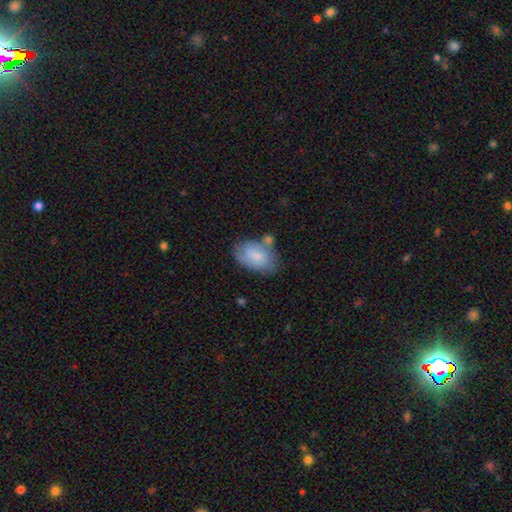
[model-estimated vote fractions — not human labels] Overall: smooth (73%). How rounded: in between (89%). Merging: none (47%; minor disturbance 27%).